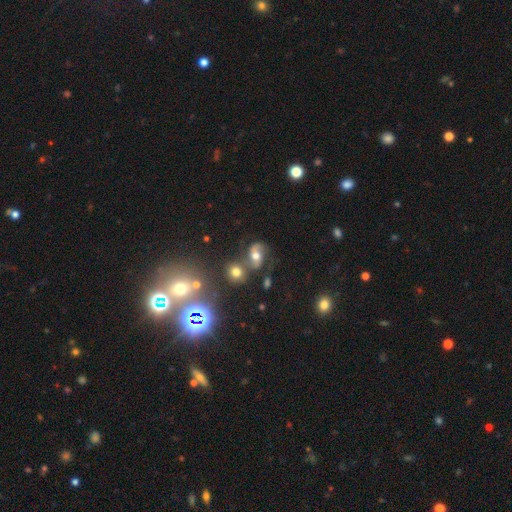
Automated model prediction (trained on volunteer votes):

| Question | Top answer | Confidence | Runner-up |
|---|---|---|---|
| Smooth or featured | featured or disk | 59% | smooth (27%) |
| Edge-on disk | no | 96% | yes (4%) |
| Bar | no | 55% | weak (32%) |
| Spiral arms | yes | 84% | no (16%) |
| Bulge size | moderate | 71% | large (14%) |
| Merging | none | 55% | merger (17%) |